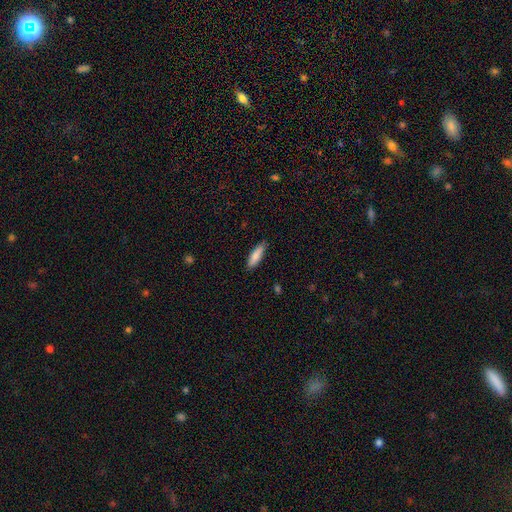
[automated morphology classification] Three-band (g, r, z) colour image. It shows a smooth galaxy with no disk features (84%) that is cigar-shaped (52%). Merging: none (83%).